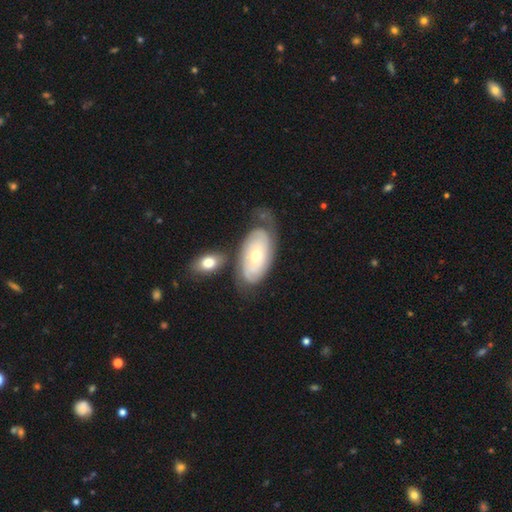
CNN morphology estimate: smooth_or_featured: featured or disk (p=0.75) [alt: smooth p=0.19]
disk_edge_on: no (p=0.94) [alt: yes p=0.06]
bar: no (p=0.78) [alt: weak p=0.18]
has_spiral_arms: yes (p=0.89) [alt: no p=0.11]
spiral_winding: tight (p=0.73) [alt: medium p=0.20]
spiral_arm_count: 2 (p=0.43) [alt: can't tell p=0.38]
bulge_size: moderate (p=0.54) [alt: small p=0.42]
merging: none (p=0.58) [alt: minor disturbance p=0.21]